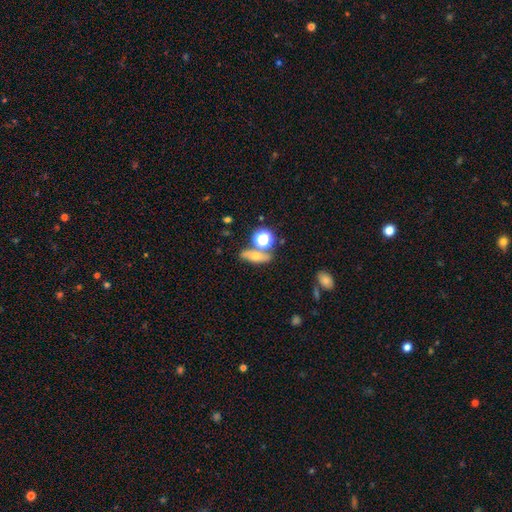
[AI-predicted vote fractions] This is possibly a smooth galaxy (48%). Merging: likely none (65%).